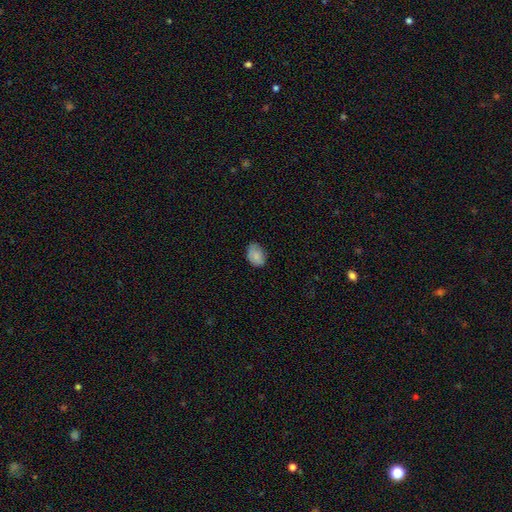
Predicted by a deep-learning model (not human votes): Smooth or featured? smooth (83%)
How rounded? in between (77%)
Merging? none (72%)